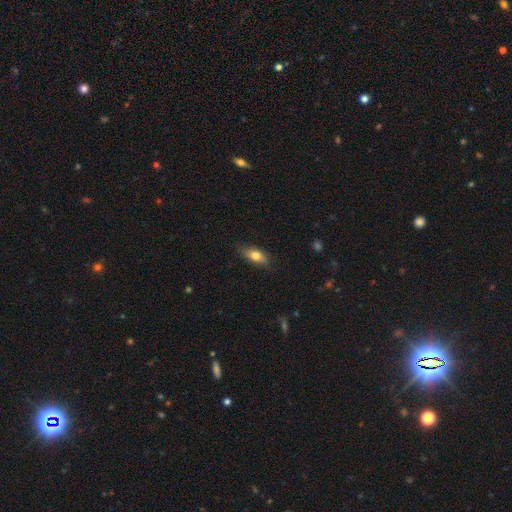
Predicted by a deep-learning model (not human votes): A smooth galaxy with no disk features (75%) that is in between round and cigar-shaped (80%).

Vote fractions:
- Smooth or featured? smooth: 75% / featured or disk: 18% / star or artifact: 7%
- How rounded? in between: 80% / cigar-shaped: 15% / round: 5%
- Merging? none: 80% / minor disturbance: 16% / major disturbance: 3% / merger: 1%